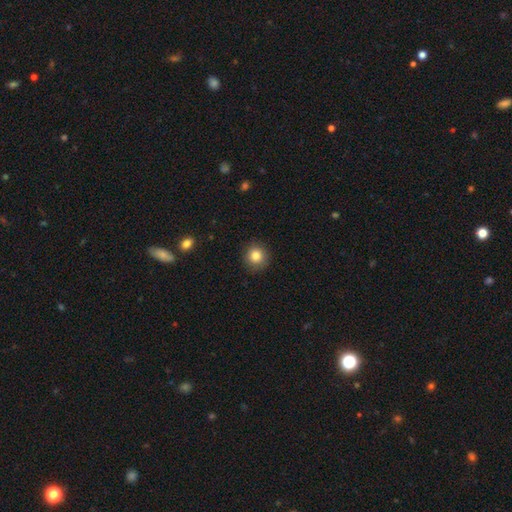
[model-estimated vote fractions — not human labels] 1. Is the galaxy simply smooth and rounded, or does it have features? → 84% smooth, 10% star or artifact, 6% featured or disk.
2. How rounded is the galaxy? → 92% round, 7% in between, 1% cigar-shaped.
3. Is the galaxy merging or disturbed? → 90% none, 7% minor disturbance, 2% major disturbance, 1% merger.